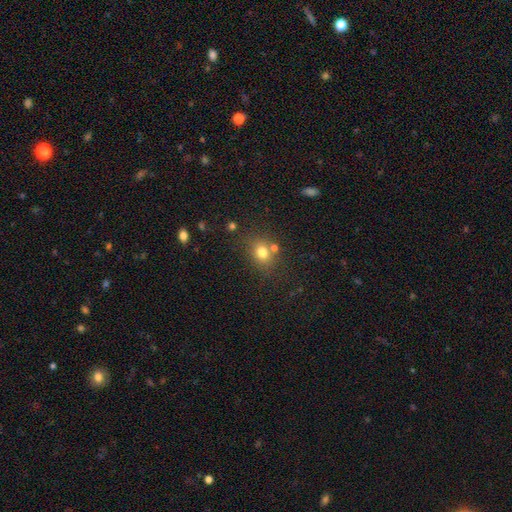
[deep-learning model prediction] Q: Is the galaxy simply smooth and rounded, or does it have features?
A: smooth — 59%.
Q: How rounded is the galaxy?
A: round — 81%.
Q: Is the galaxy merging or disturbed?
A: none — 75%.